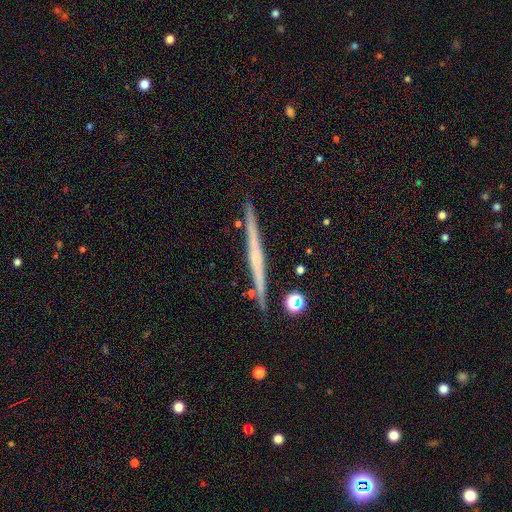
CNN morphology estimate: Q: Smooth or featured?
A: featured or disk (69%); runner-up: smooth (25%)
Q: Edge-on disk?
A: yes (98%); runner-up: no (2%)
Q: Edge-on bulge?
A: none (65%); runner-up: rounded (25%)
Q: Merging?
A: none (89%); runner-up: minor disturbance (7%)